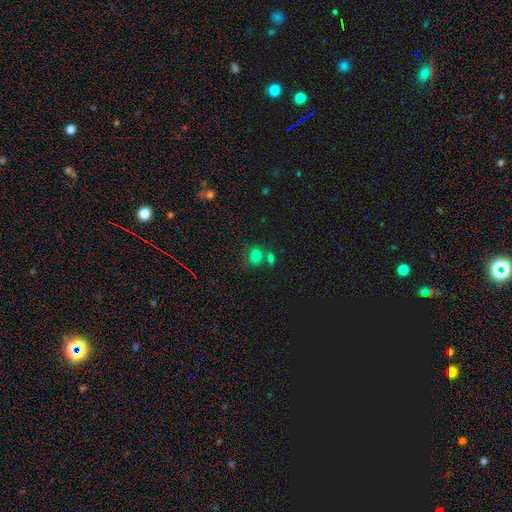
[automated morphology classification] A smooth galaxy with no disk features (77%) that is in between round and cigar-shaped (50%). Merging: none (48%).